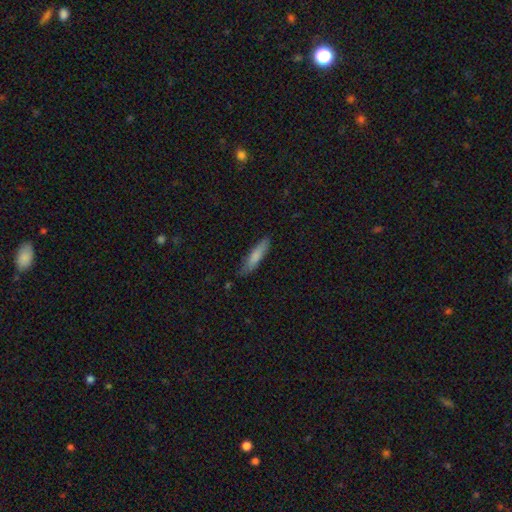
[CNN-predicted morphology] smooth-or-featured: smooth: 79% | featured or disk: 15% | star or artifact: 6%
  how-rounded: cigar-shaped: 80% | in between: 18% | round: 1%
  merging: none: 78% | minor disturbance: 17% | major disturbance: 3% | merger: 2%